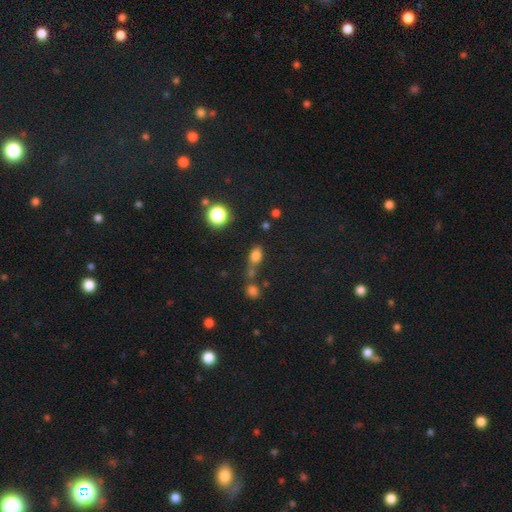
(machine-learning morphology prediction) Smooth or featured?
  - smooth: 77% *
  - star or artifact: 15%
  - featured or disk: 8%
How rounded?
  - in between: 75% *
  - round: 19%
  - cigar-shaped: 5%
Merging?
  - none: 49% *
  - merger: 27%
  - minor disturbance: 17%
  - major disturbance: 7%